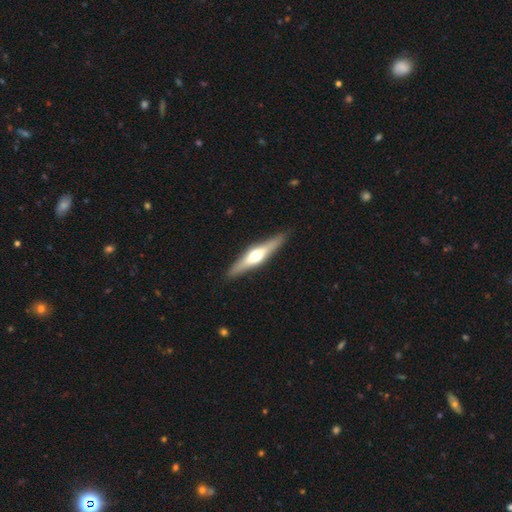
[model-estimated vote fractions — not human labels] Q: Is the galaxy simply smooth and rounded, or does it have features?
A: featured or disk — 63%.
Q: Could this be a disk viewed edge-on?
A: yes — 95%.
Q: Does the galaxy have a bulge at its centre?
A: rounded — 93%.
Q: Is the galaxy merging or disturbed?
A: none — 90%.